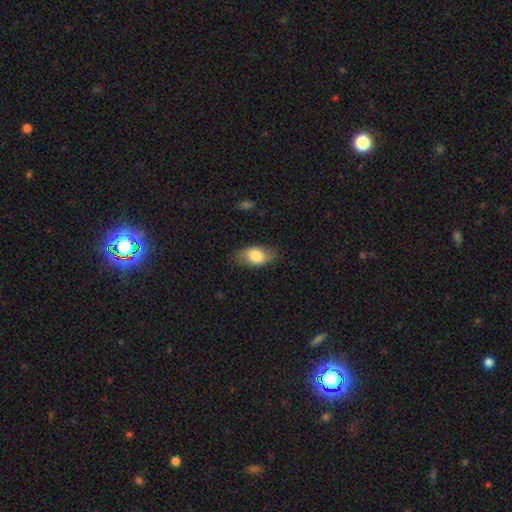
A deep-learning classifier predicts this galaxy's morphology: A smooth galaxy with no disk features (79%) that is in between round and cigar-shaped (89%). Merging: none (77%).